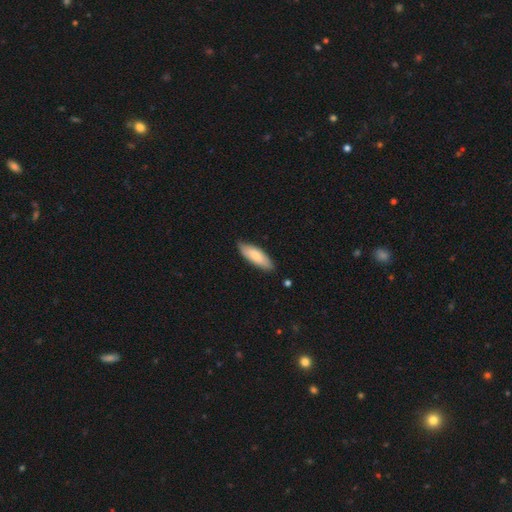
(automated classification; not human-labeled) A smooth galaxy with no disk features (75%) that is in between round and cigar-shaped (63%).

Vote fractions:
- Smooth or featured? smooth: 75% / featured or disk: 19% / star or artifact: 5%
- How rounded? in between: 63% / cigar-shaped: 36% / round: 2%
- Merging? none: 81% / minor disturbance: 16% / major disturbance: 2% / merger: 1%